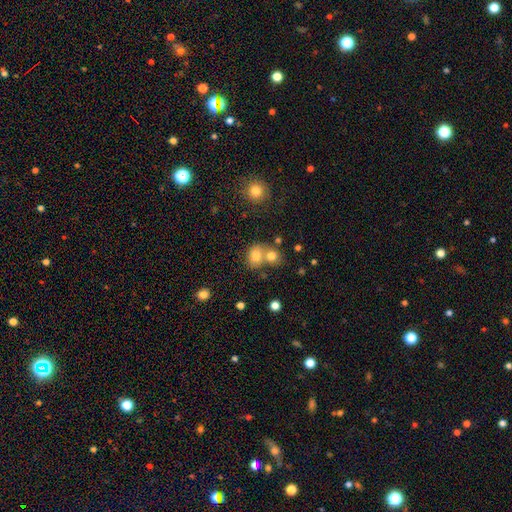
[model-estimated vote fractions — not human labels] Smooth or featured: smooth — 77% (star or artifact — 12%)
How rounded: round — 56% (in between — 43%)
Merging: merger — 46% (none — 42%)